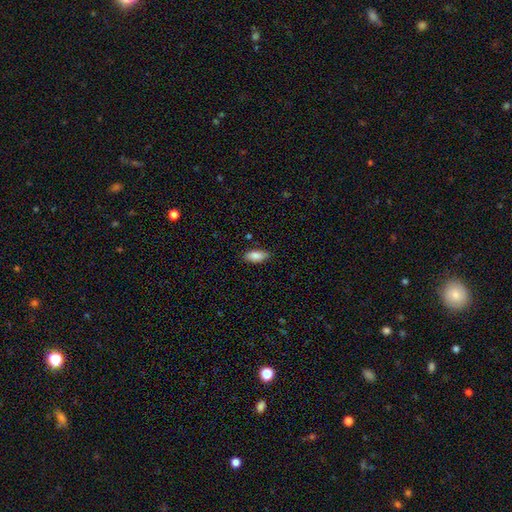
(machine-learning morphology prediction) smooth-or-featured: smooth: 86% | featured or disk: 8% | star or artifact: 7%
  how-rounded: in between: 87% | cigar-shaped: 11% | round: 2%
  merging: none: 84% | minor disturbance: 13% | major disturbance: 2% | merger: 1%